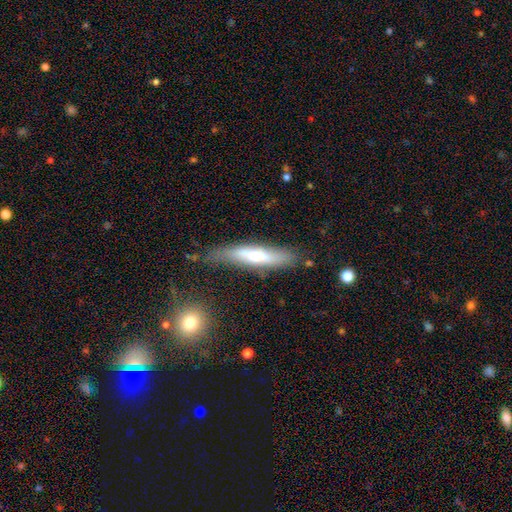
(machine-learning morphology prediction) smooth 54%, featured or disk 40%, star or artifact 7%. Down the decision tree: how rounded — cigar-shaped (81%); merging — none (74%).